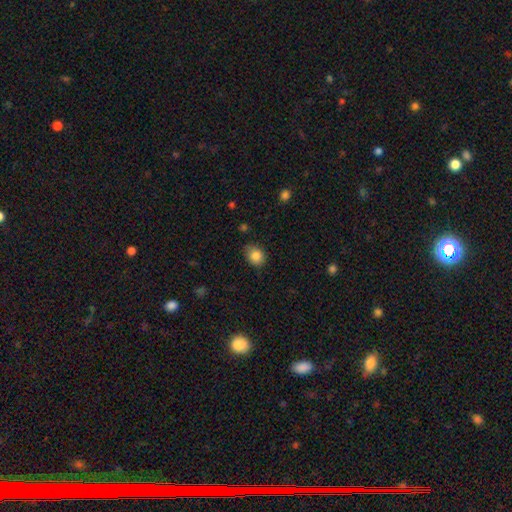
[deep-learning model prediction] Smooth or featured? smooth (85%)
How rounded? round (55%)
Merging? none (75%)